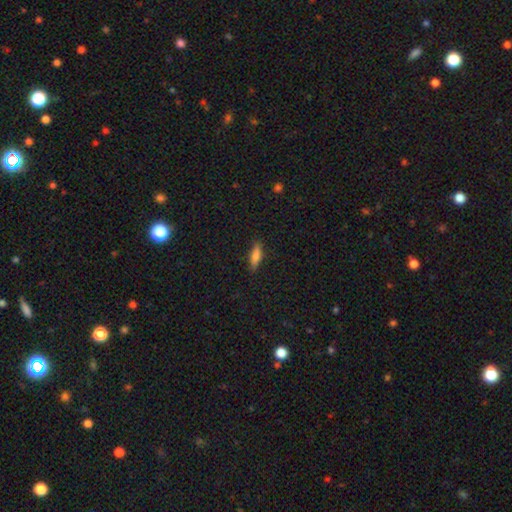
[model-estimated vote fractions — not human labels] Q: Smooth or featured?
A: smooth (79%); runner-up: featured or disk (13%)
Q: How rounded?
A: cigar-shaped (54%); runner-up: in between (44%)
Q: Merging?
A: none (85%); runner-up: minor disturbance (11%)